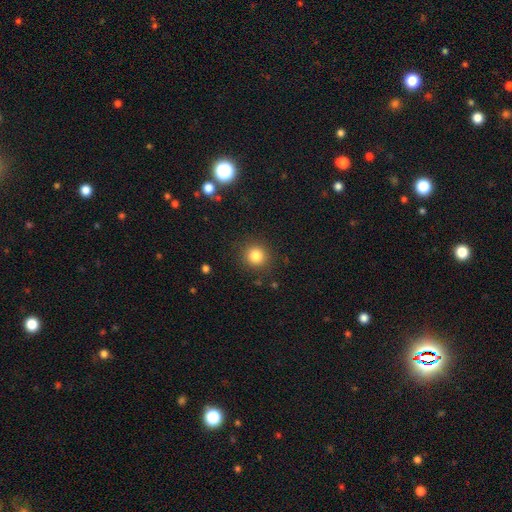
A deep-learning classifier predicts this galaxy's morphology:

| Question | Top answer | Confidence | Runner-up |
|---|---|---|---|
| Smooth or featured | smooth | 83% | star or artifact (12%) |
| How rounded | round | 91% | in between (8%) |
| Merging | none | 89% | minor disturbance (7%) |